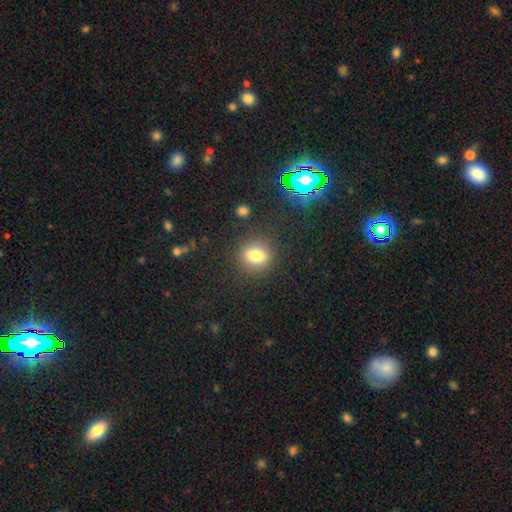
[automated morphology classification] A smooth galaxy with no disk features (77%) that is round (69%). Merging: none (86%).